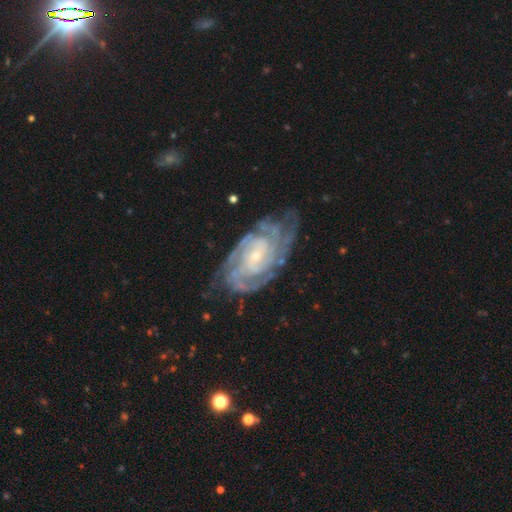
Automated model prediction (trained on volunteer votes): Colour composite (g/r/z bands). It shows a featured or disk galaxy (91%) with no bar (62%), tight (73%) spiral arms (98%) and a small central bulge (77%). Merging: none (71%).